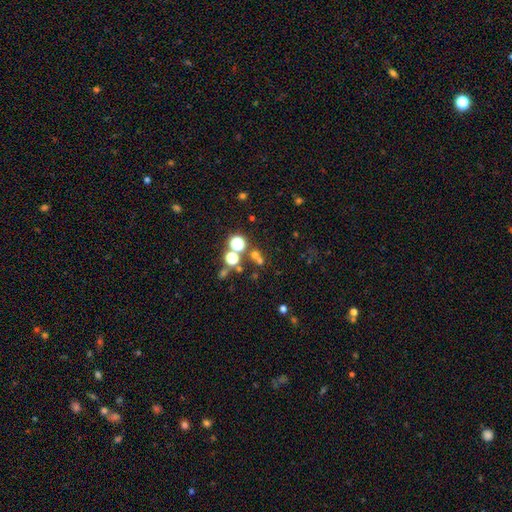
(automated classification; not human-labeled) Morphology: type=smooth (49%); merging=none (61%).